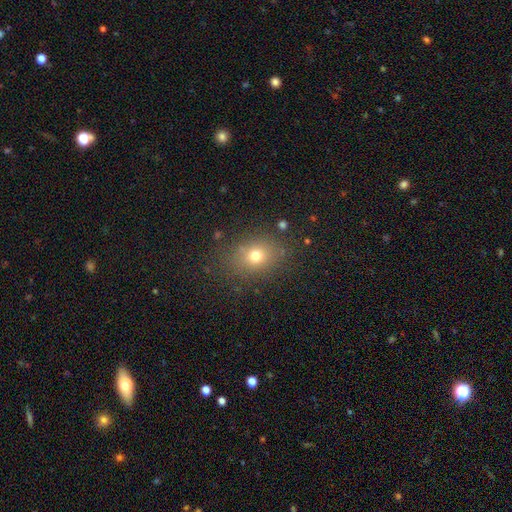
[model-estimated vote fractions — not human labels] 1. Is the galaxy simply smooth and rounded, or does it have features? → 72% smooth, 16% star or artifact, 11% featured or disk.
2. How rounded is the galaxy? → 51% round, 48% in between, 1% cigar-shaped.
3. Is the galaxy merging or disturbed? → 80% none, 13% minor disturbance, 6% major disturbance, 2% merger.